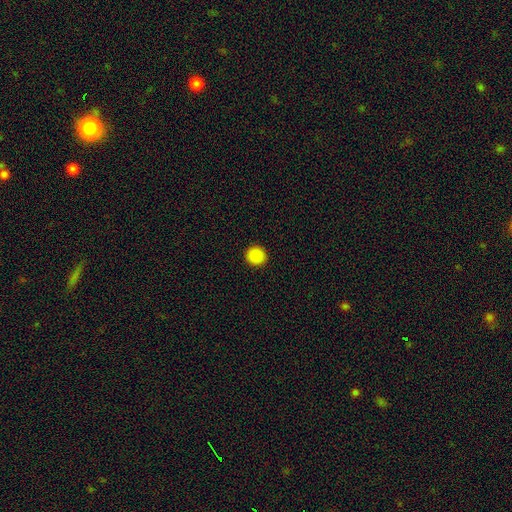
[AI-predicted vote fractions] smooth-or-featured: smooth: 88% | star or artifact: 9% | featured or disk: 2%
  how-rounded: round: 93% | in between: 6% | cigar-shaped: 1%
  merging: none: 93% | minor disturbance: 4% | major disturbance: 2% | merger: 1%